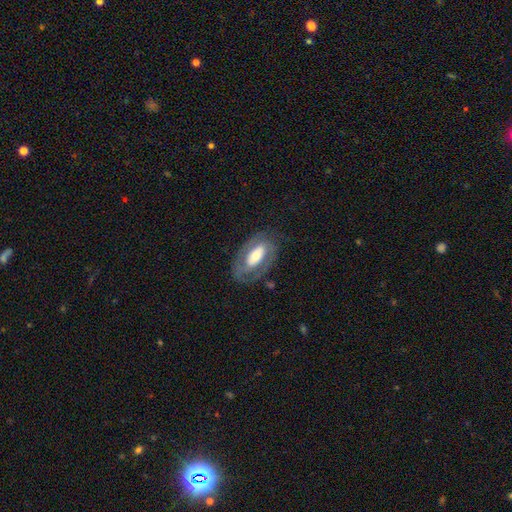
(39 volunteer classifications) This appears to be a featured or disk galaxy (79%) with no bar (41%), 2 (92%) medium (50%) spiral arms (89%) and a small central bulge (52%). Merging: none (65%).